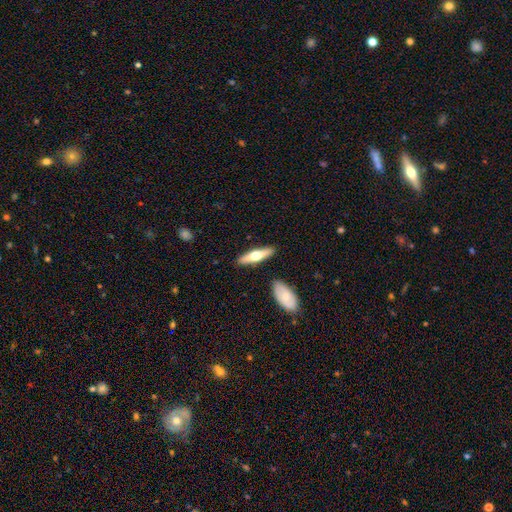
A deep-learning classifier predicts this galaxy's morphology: Smooth or featured: featured or disk — 50% (smooth — 45%)
Merging: none — 87% (minor disturbance — 8%)